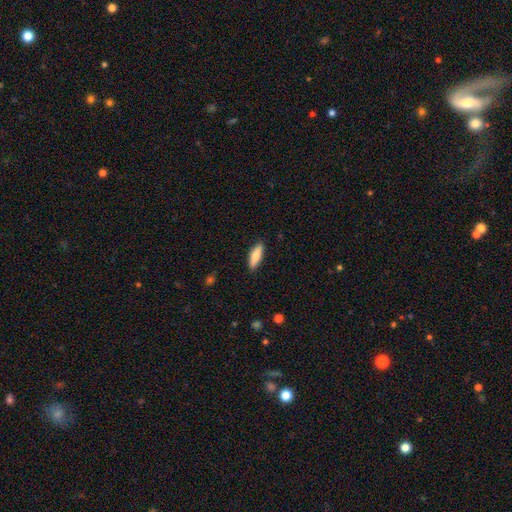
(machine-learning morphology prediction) Smooth or featured? Predicted: smooth (p=0.76). How rounded? Predicted: cigar-shaped (p=0.52). Merging? Predicted: none (p=0.88).